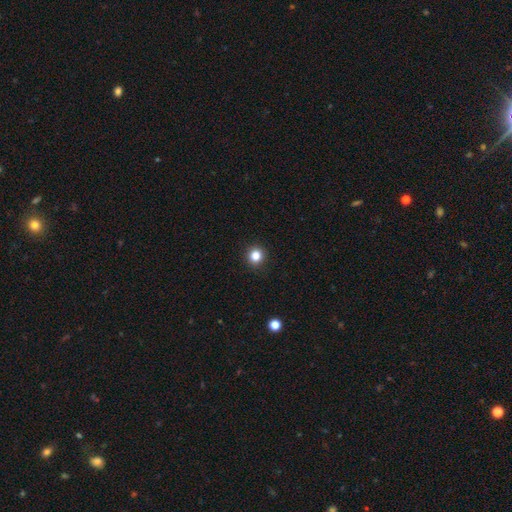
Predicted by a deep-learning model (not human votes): Morphology: type=smooth (83%); roundness=round (94%); merging=none (93%).